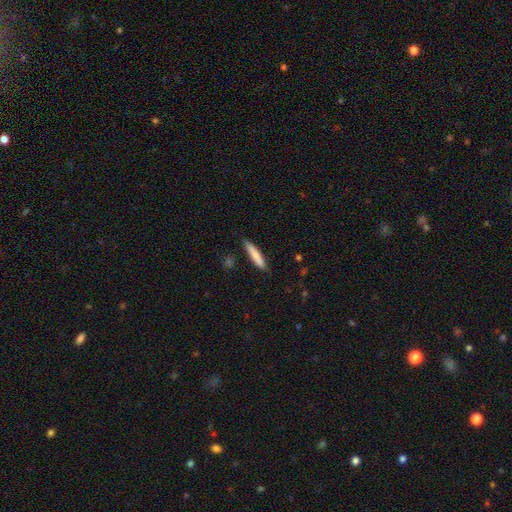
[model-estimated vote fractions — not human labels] Q: Smooth or featured?
A: smooth (77%); runner-up: featured or disk (17%)
Q: How rounded?
A: cigar-shaped (90%); runner-up: in between (9%)
Q: Merging?
A: none (84%); runner-up: minor disturbance (13%)